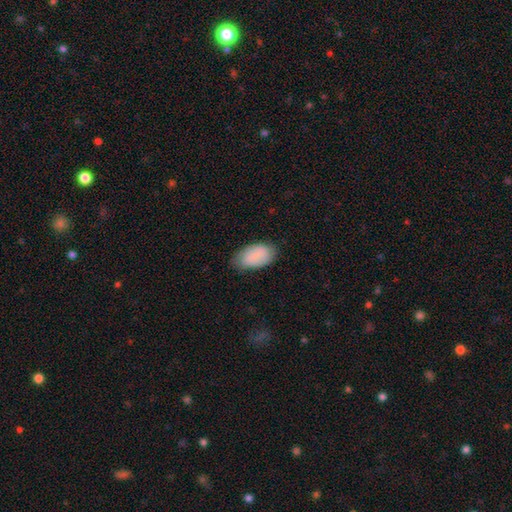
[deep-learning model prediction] A smooth galaxy with no disk features (85%) that is in between round and cigar-shaped (94%). Merging: none (67%).